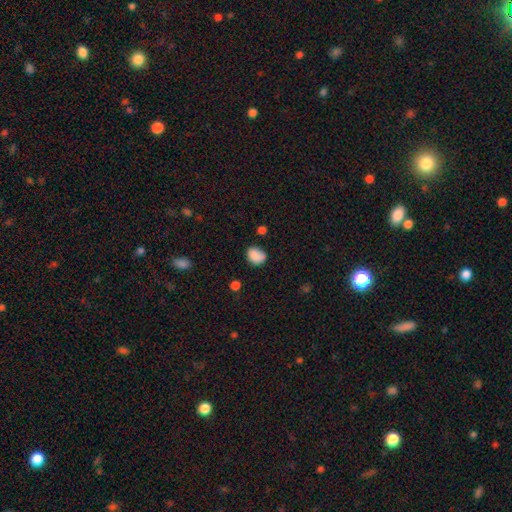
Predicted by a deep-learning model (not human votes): The model was most divided on "how rounded": in between: 51%, round: 48%, cigar-shaped: 1%. More confident: smooth or featured — smooth (85%); merging — none (64%).